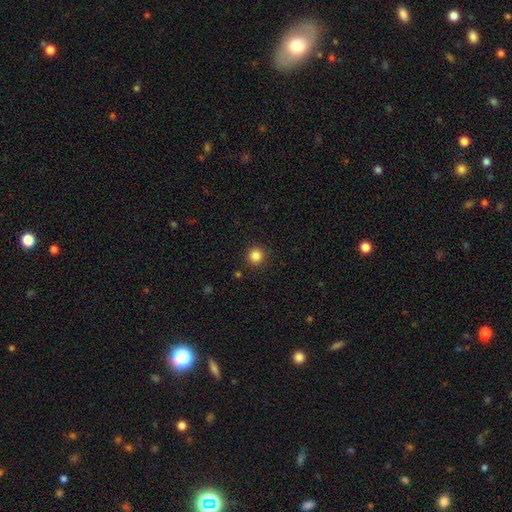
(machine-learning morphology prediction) Smooth or featured? smooth (85%)
How rounded? round (95%)
Merging? none (91%)